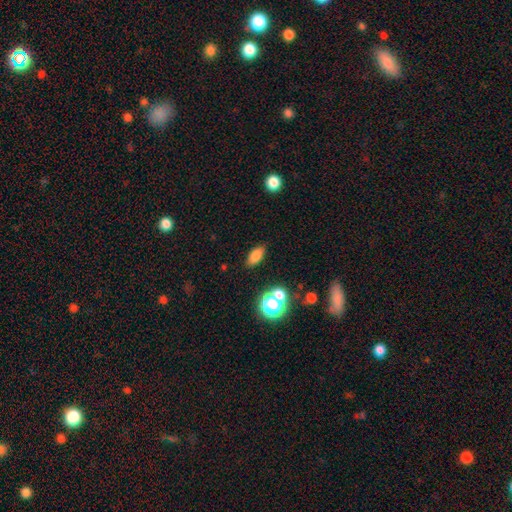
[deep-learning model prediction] This is likely a smooth galaxy (76%). How rounded: clearly in between (81%). Merging: clearly none (83%).